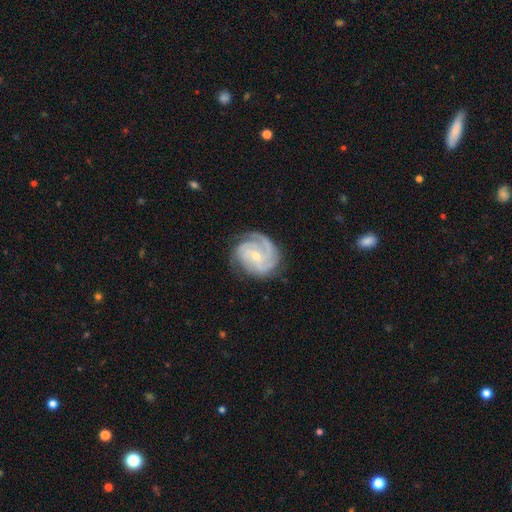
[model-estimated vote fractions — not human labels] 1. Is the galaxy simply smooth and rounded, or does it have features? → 91% featured or disk, 5% smooth, 4% star or artifact.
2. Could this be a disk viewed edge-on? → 98% no, 2% yes.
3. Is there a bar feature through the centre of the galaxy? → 57% no, 34% weak, 10% strong.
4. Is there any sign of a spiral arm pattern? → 98% yes, 2% no.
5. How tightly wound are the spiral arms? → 70% tight, 27% medium, 4% loose.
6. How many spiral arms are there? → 50% 3, 17% 4, 12% 2, 10% can't tell, 5% 1, 5% more than 4.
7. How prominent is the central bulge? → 66% small, 32% moderate, 1% none, 1% large, 1% dominant.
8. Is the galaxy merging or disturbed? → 77% none, 16% minor disturbance, 5% major disturbance, 1% merger.